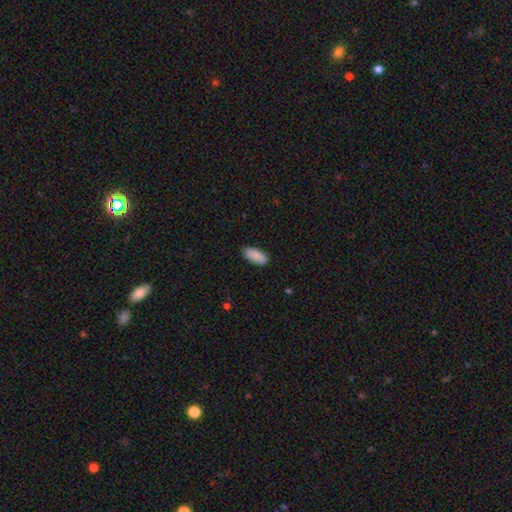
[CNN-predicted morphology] Overall: smooth (90%). How rounded: in between (88%). Merging: none (88%).